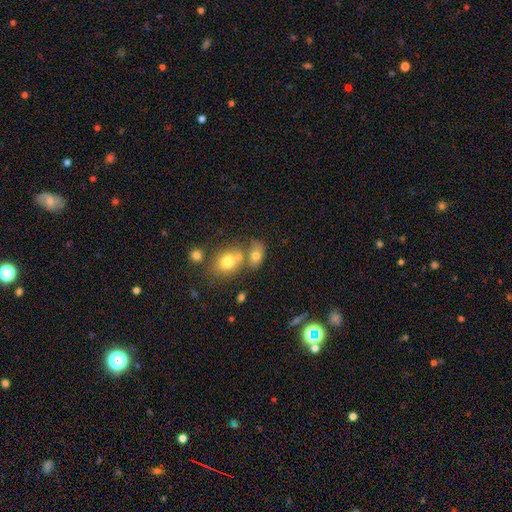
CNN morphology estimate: smooth 72%, featured or disk 16%, star or artifact 13%. Down the decision tree: how rounded — in between (72%); merging — none (42%).